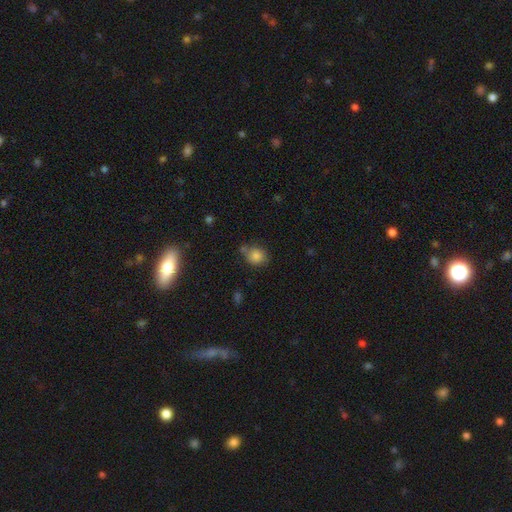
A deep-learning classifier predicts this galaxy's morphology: Smooth or featured? Predicted: smooth (p=0.84). How rounded? Predicted: round (p=0.74). Merging? Predicted: none (p=0.62).